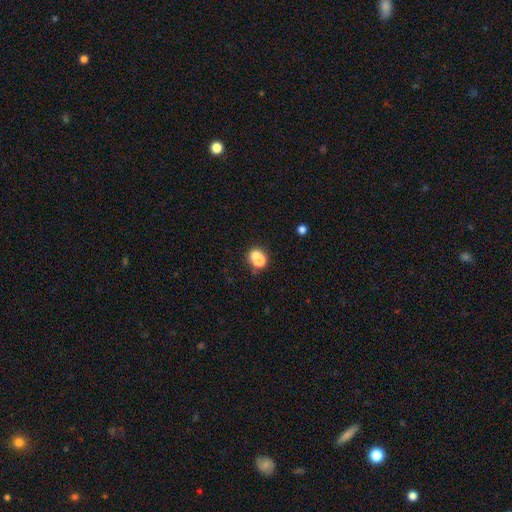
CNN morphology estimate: Smooth or featured? smooth (69%)
How rounded? round (66%)
Merging? merger (50%)